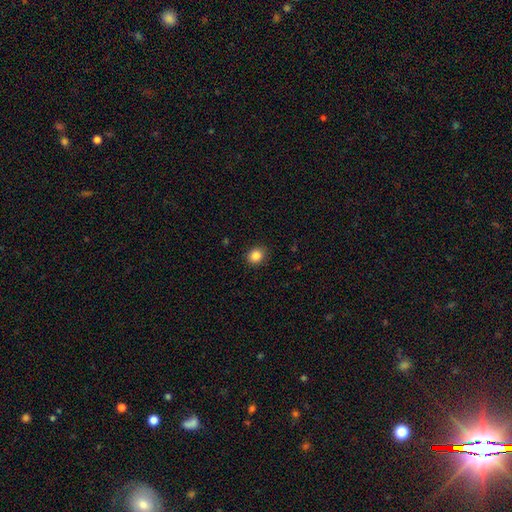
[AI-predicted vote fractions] Smooth or featured? Predicted: smooth (p=0.86). How rounded? Predicted: round (p=0.74). Merging? Predicted: none (p=0.89).